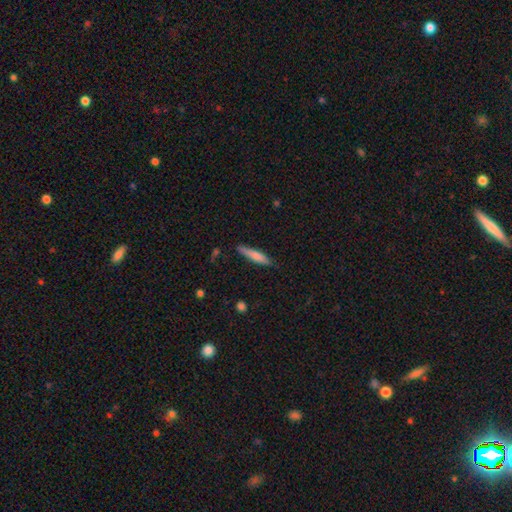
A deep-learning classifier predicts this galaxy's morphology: Smooth or featured? smooth (73%)
How rounded? cigar-shaped (86%)
Merging? none (80%)